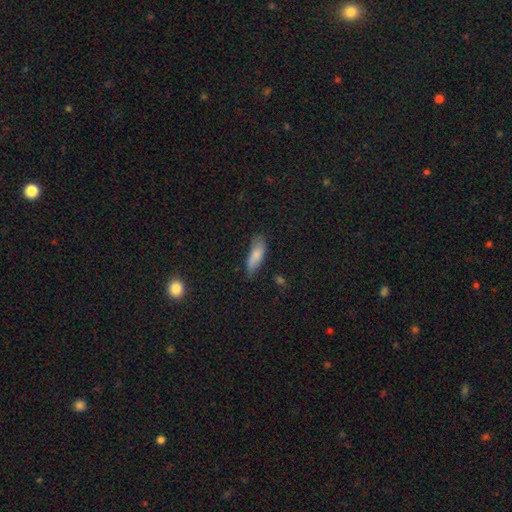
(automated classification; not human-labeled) Q: Smooth or featured?
A: smooth (82%); runner-up: featured or disk (10%)
Q: How rounded?
A: in between (67%); runner-up: cigar-shaped (31%)
Q: Merging?
A: none (61%); runner-up: minor disturbance (30%)